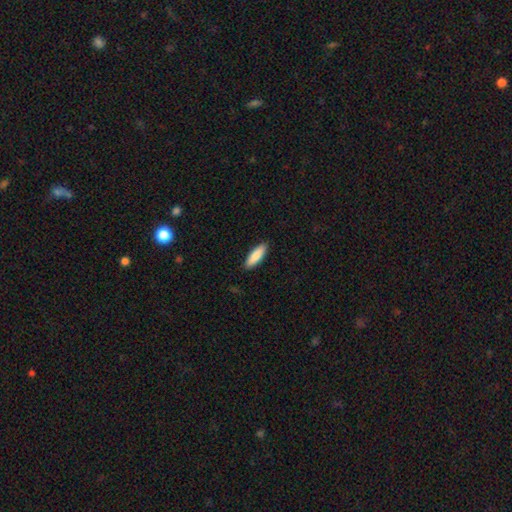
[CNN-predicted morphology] Overall: smooth (87%). How rounded: in between (51%; cigar-shaped 47%). Merging: none (90%).